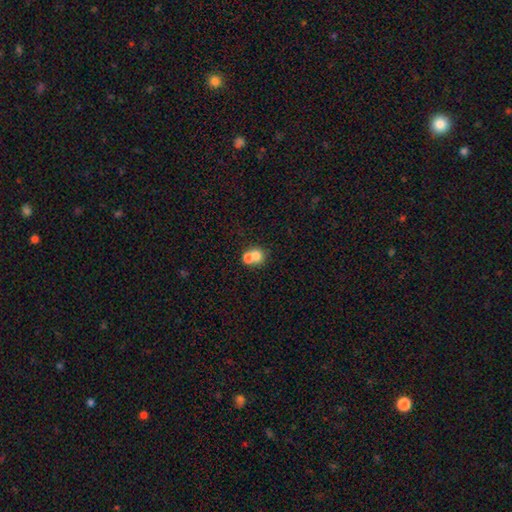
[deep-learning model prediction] Morphology: type=smooth (73%); roundness=round (77%); merging=merger (61%).